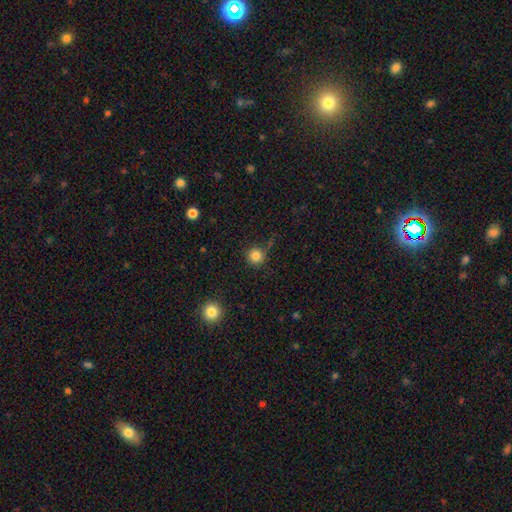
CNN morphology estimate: A smooth galaxy with no disk features (83%) that is round (95%).

Vote fractions:
- Smooth or featured? smooth: 83% / star or artifact: 12% / featured or disk: 5%
- How rounded? round: 95% / in between: 4% / cigar-shaped: 1%
- Merging? none: 84% / minor disturbance: 9% / merger: 4% / major disturbance: 3%